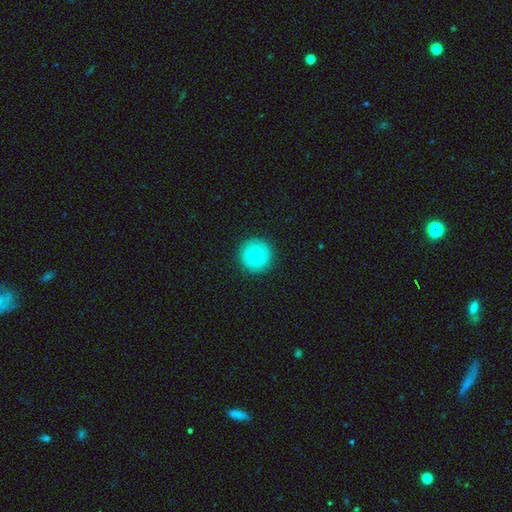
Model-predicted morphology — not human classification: Smooth or featured?
  - smooth: 72% *
  - featured or disk: 20%
  - star or artifact: 8%
How rounded?
  - round: 96% *
  - in between: 3%
  - cigar-shaped: 1%
Merging?
  - none: 91% *
  - minor disturbance: 6%
  - major disturbance: 2%
  - merger: 1%